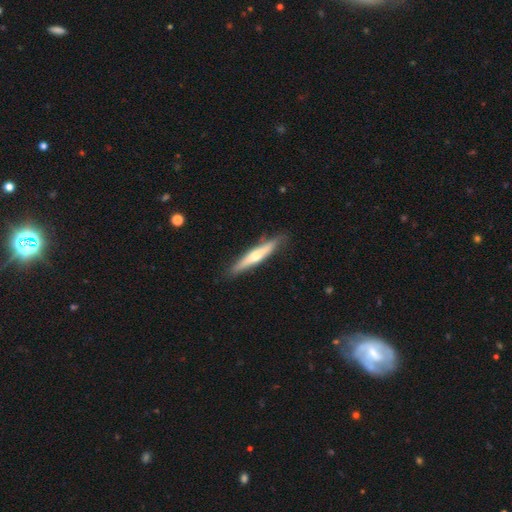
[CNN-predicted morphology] Q: Smooth or featured?
A: featured or disk (55%); runner-up: smooth (40%)
Q: Edge-on disk?
A: yes (93%); runner-up: no (7%)
Q: Edge-on bulge?
A: rounded (84%); runner-up: none (12%)
Q: Merging?
A: none (86%); runner-up: minor disturbance (11%)